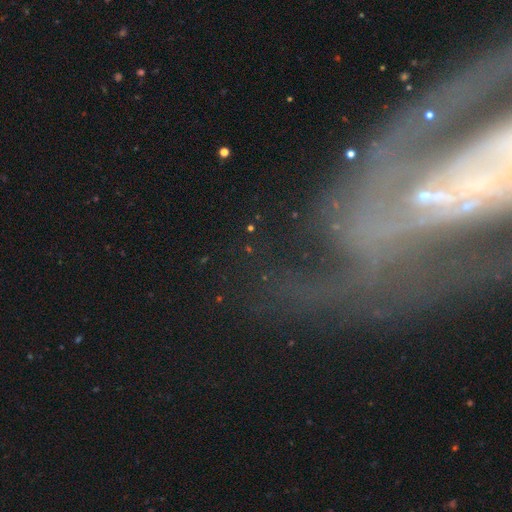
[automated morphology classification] Smooth or featured?
  - featured or disk: 71% *
  - star or artifact: 16%
  - smooth: 13%
Edge-on disk?
  - no: 90% *
  - yes: 10%
Bar?
  - no: 39% *
  - weak: 31%
  - strong: 30%
Spiral arms?
  - yes: 74% *
  - no: 26%
Bulge size?
  - small: 53% *
  - moderate: 26%
  - none: 10%
  - large: 7%
  - dominant: 4%
Merging?
  - none: 54% *
  - major disturbance: 22%
  - minor disturbance: 16%
  - merger: 9%